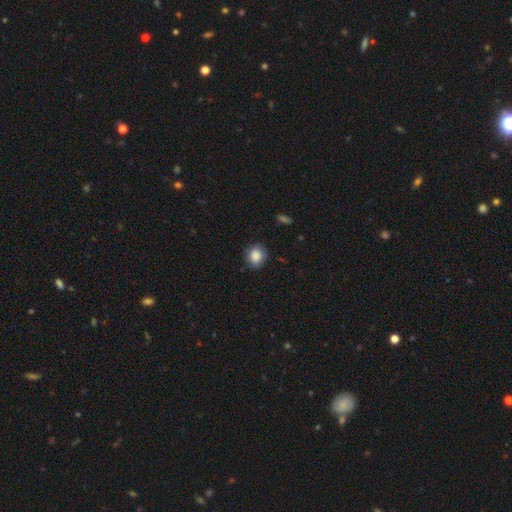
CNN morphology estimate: Smooth or featured? Predicted: smooth (p=0.86). How rounded? Predicted: round (p=0.67). Merging? Predicted: none (p=0.79).